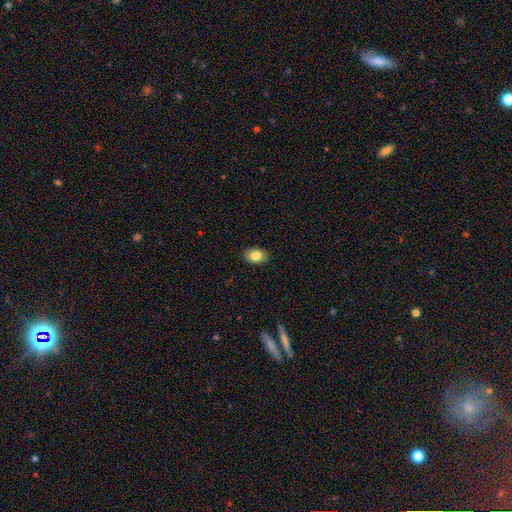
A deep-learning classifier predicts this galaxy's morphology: Smooth or featured? Predicted: smooth (p=0.84). How rounded? Predicted: in between (p=0.83). Merging? Predicted: none (p=0.89).